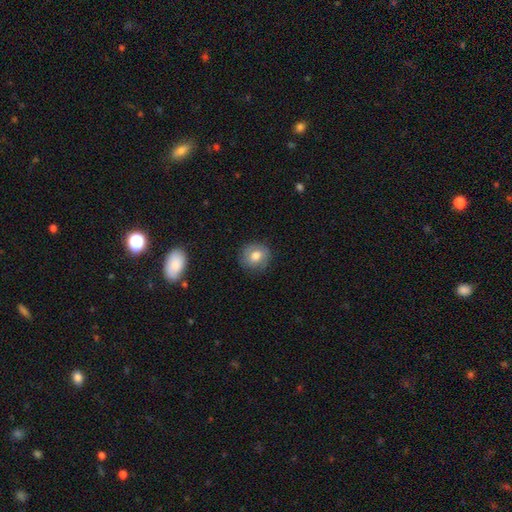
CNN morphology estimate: Smooth or featured: smooth — 64% (featured or disk — 27%)
How rounded: round — 83% (in between — 16%)
Merging: none — 81% (minor disturbance — 14%)